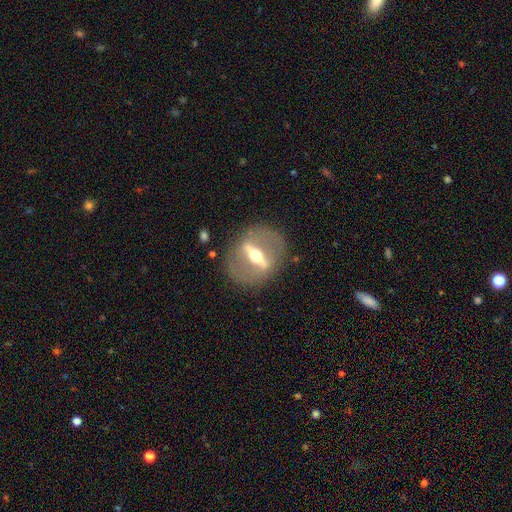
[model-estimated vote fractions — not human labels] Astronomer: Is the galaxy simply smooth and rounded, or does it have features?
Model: featured or disk — 82%.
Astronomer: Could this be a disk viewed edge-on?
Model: no — 52% (runner-up: yes, 48%).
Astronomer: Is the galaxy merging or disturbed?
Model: none — 83%.